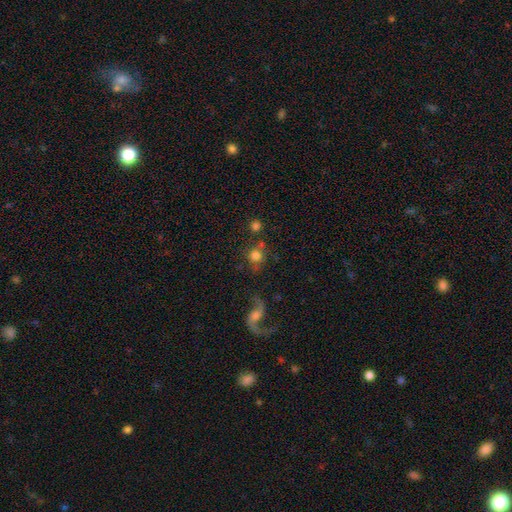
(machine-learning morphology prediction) Overall: smooth (71%). How rounded: round (90%). Merging: none (64%).